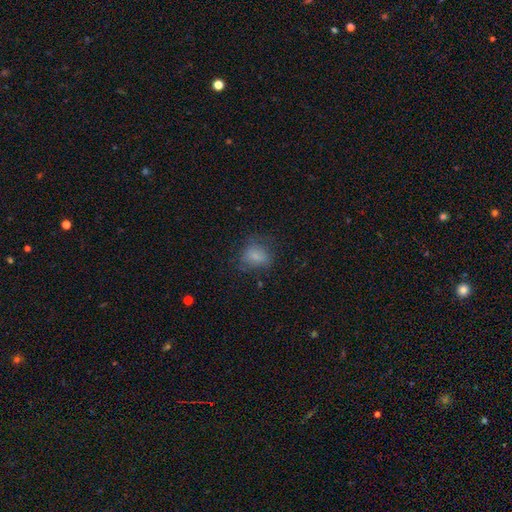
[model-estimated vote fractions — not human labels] Overall: smooth (74%). How rounded: in between (60%; round 38%). Merging: none (60%; minor disturbance 23%).